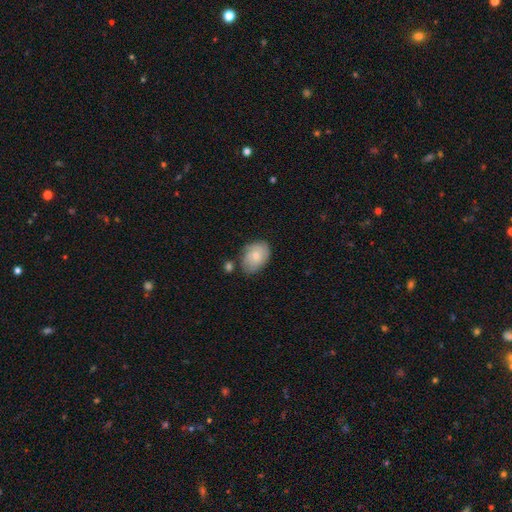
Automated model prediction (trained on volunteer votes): Morphology: type=smooth (65%); roundness=in between (77%); merging=none (66%).